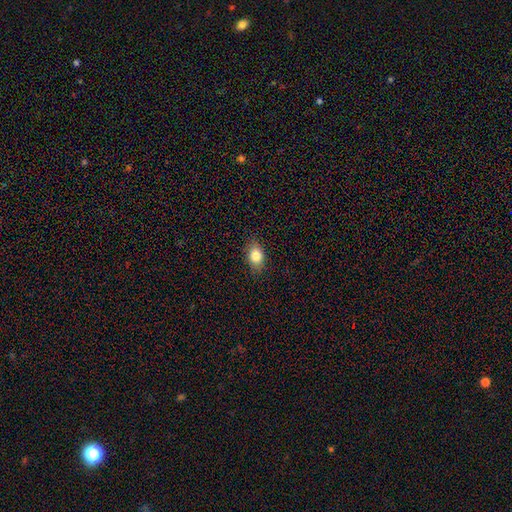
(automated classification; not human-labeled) smooth-or-featured: smooth: 84% | star or artifact: 9% | featured or disk: 7%
  how-rounded: in between: 76% | round: 22% | cigar-shaped: 2%
  merging: none: 84% | minor disturbance: 12% | major disturbance: 3% | merger: 1%